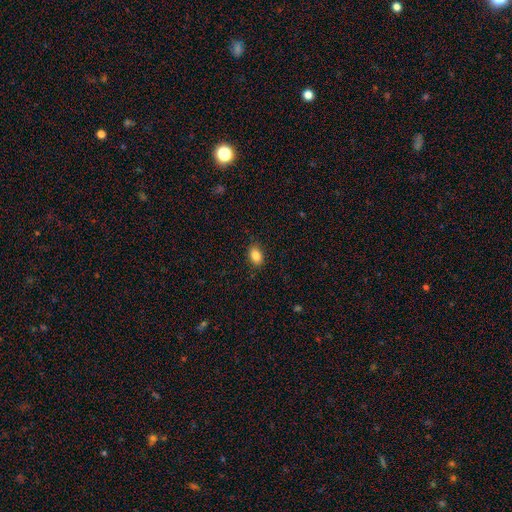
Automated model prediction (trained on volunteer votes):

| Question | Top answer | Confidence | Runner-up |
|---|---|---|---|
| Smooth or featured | smooth | 85% | star or artifact (9%) |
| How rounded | in between | 81% | round (18%) |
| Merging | none | 88% | minor disturbance (9%) |